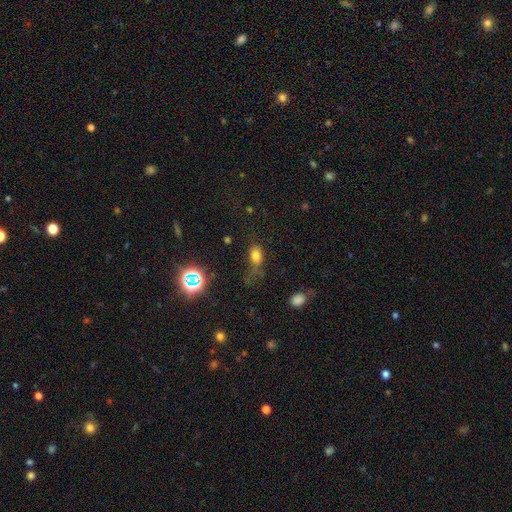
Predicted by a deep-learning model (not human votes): Smooth or featured? Predicted: smooth (p=0.73). How rounded? Predicted: in between (p=0.73). Merging? Predicted: none (p=0.47).